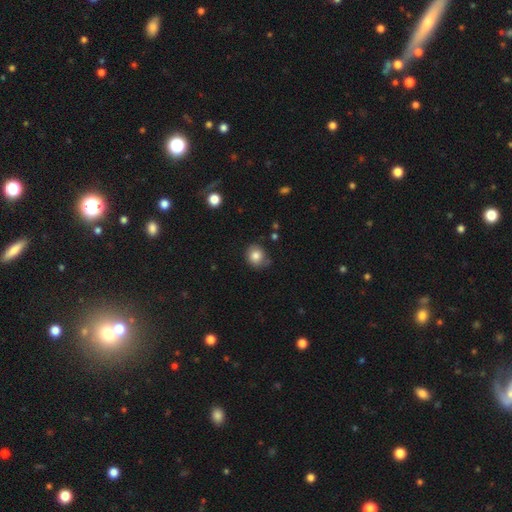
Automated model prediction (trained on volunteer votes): Smooth or featured? smooth (82%)
How rounded? round (79%)
Merging? none (70%)